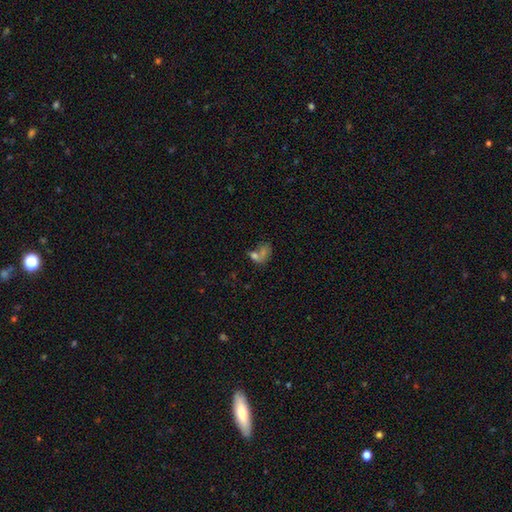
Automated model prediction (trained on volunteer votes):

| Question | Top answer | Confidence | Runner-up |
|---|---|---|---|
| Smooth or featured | smooth | 60% | featured or disk (21%) |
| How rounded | in between | 67% | round (30%) |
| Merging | merger | 52% | none (25%) |